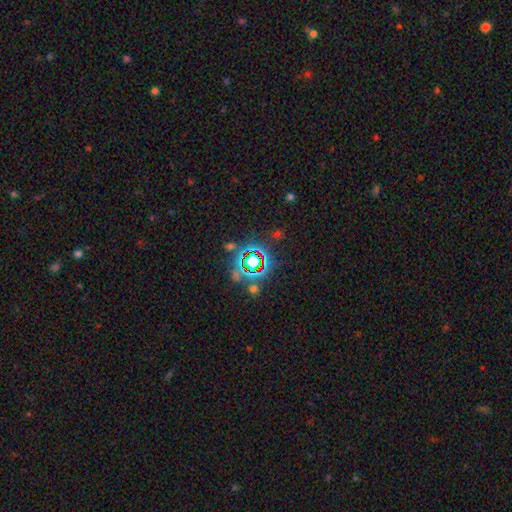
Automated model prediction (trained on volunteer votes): This is likely a star or artifact rather than a galaxy (76%).